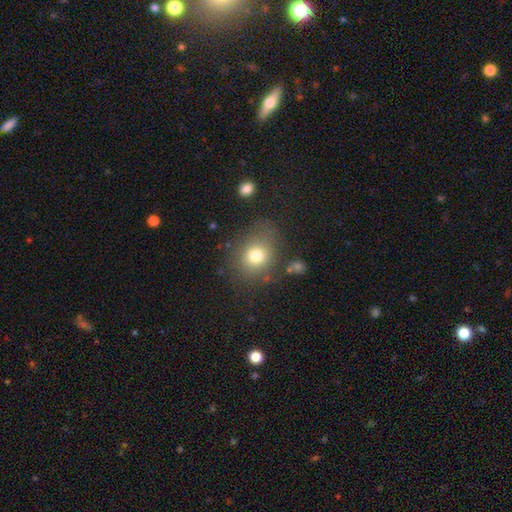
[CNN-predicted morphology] A smooth galaxy with no disk features (76%) that is round (64%).

Vote fractions:
- Smooth or featured? smooth: 76% / star or artifact: 13% / featured or disk: 11%
- How rounded? round: 64% / in between: 35% / cigar-shaped: 1%
- Merging? none: 70% / minor disturbance: 17% / major disturbance: 9% / merger: 4%